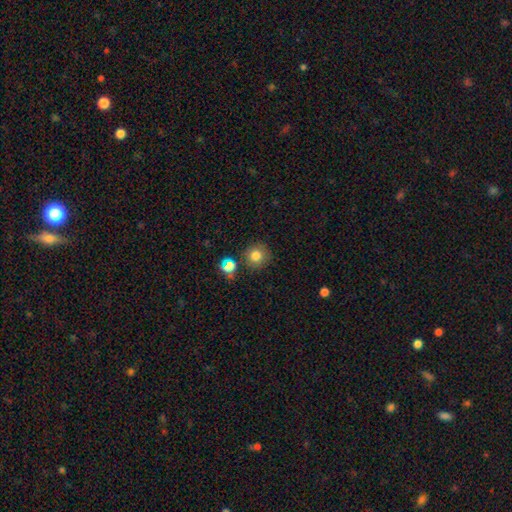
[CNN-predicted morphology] Smooth or featured? smooth (78%)
How rounded? round (92%)
Merging? none (82%)